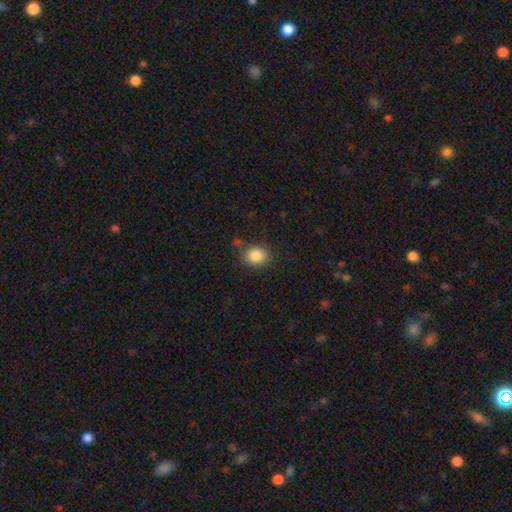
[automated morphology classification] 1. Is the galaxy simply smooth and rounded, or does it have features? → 85% smooth, 9% star or artifact, 6% featured or disk.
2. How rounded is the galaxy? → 61% round, 38% in between, 1% cigar-shaped.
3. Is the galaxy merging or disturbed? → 77% none, 15% minor disturbance, 4% major disturbance, 3% merger.